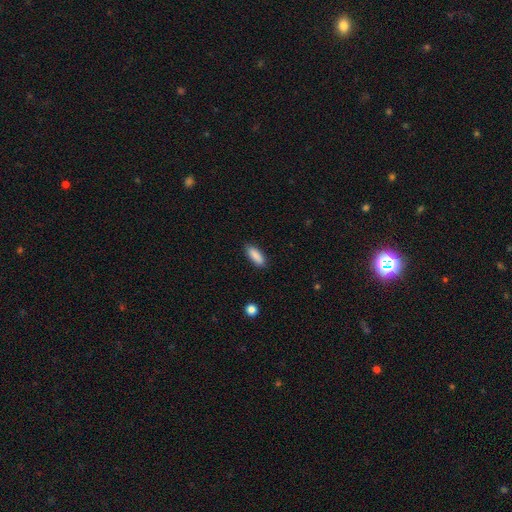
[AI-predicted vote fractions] Morphology: type=smooth (89%); roundness=in between (71%); merging=none (85%).